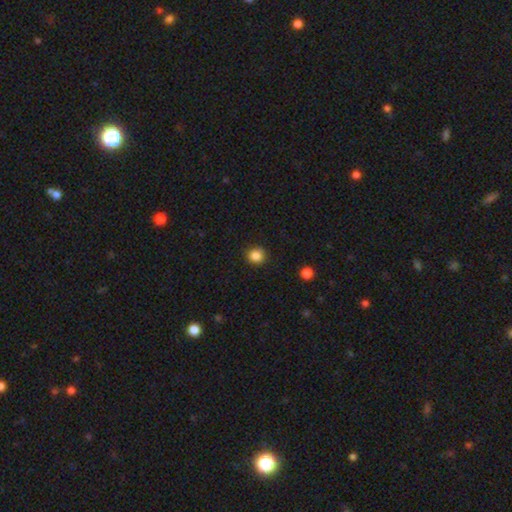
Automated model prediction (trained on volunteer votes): Q: Smooth or featured?
A: smooth (85%); runner-up: star or artifact (11%)
Q: How rounded?
A: round (88%); runner-up: in between (11%)
Q: Merging?
A: none (88%); runner-up: minor disturbance (8%)